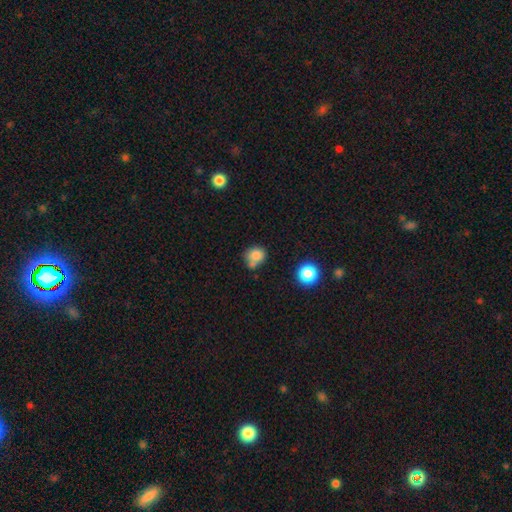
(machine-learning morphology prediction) Q: Smooth or featured?
A: smooth (80%); runner-up: star or artifact (11%)
Q: How rounded?
A: round (77%); runner-up: in between (22%)
Q: Merging?
A: none (51%); runner-up: merger (25%)